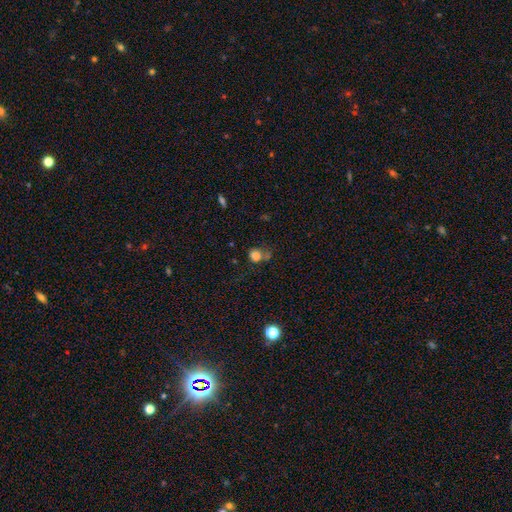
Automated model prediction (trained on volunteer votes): Q: Smooth or featured?
A: smooth (78%); runner-up: star or artifact (14%)
Q: How rounded?
A: round (69%); runner-up: in between (30%)
Q: Merging?
A: none (46%); runner-up: minor disturbance (23%)